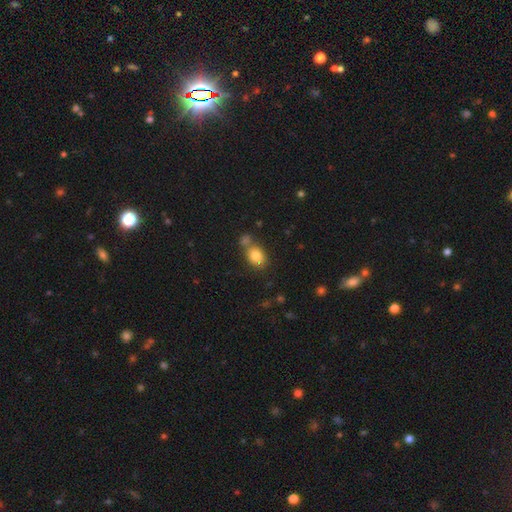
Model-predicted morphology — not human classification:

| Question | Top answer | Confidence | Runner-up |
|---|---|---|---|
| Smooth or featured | smooth | 83% | star or artifact (9%) |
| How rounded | in between | 67% | round (32%) |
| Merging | none | 56% | merger (27%) |